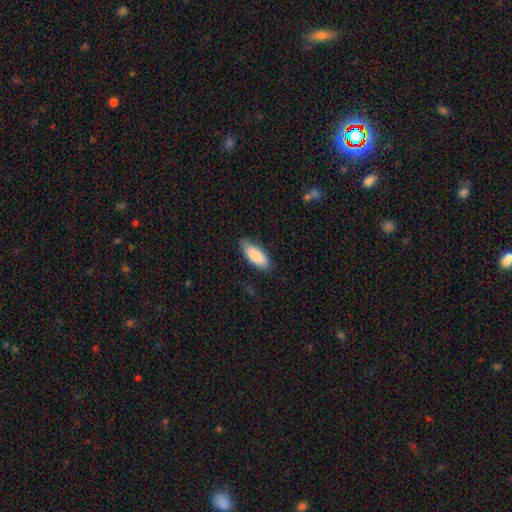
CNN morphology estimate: Q: Smooth or featured?
A: smooth (88%); runner-up: featured or disk (6%)
Q: How rounded?
A: in between (74%); runner-up: cigar-shaped (24%)
Q: Merging?
A: none (82%); runner-up: minor disturbance (14%)